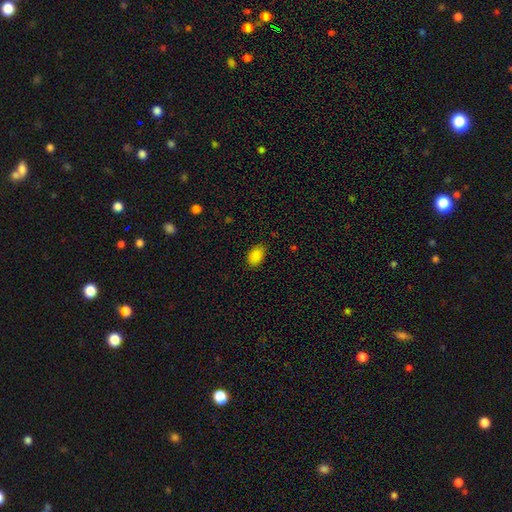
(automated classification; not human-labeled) Smooth or featured? smooth (87%)
How rounded? in between (89%)
Merging? none (82%)